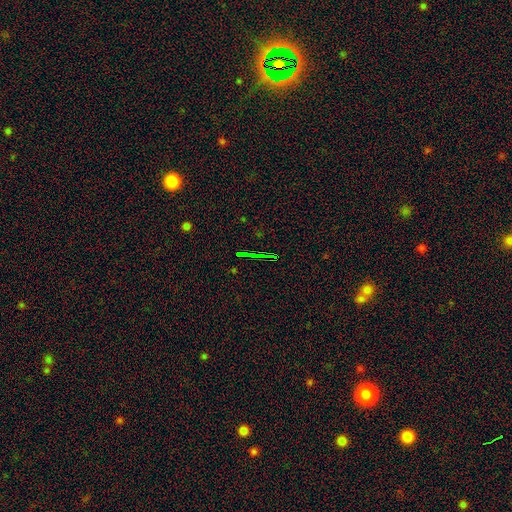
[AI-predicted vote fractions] Smooth or featured: star or artifact — 73% (featured or disk — 15%)